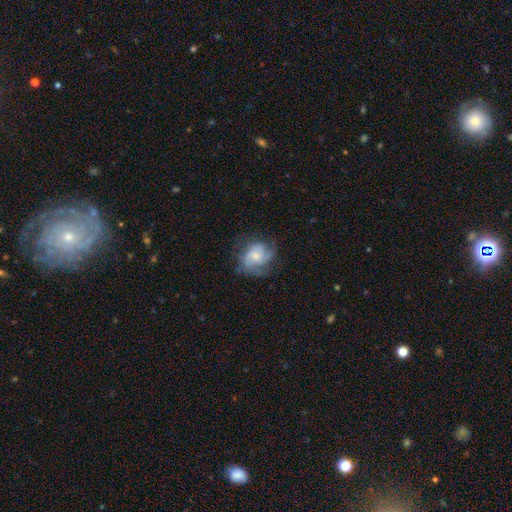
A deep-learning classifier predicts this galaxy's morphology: A featured or disk galaxy (69%) with no bar (66%), 3 (35%) medium (45%) spiral arms (91%) and a moderate central bulge (44%). Merging: none (63%).